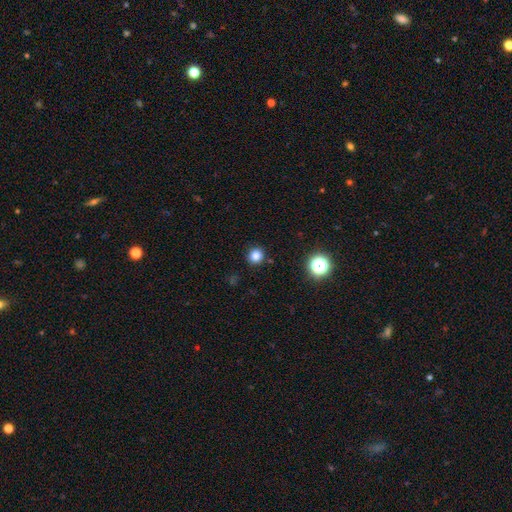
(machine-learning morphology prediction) Smooth or featured: smooth — 81% (star or artifact — 14%)
How rounded: round — 93% (in between — 6%)
Merging: none — 91% (minor disturbance — 6%)